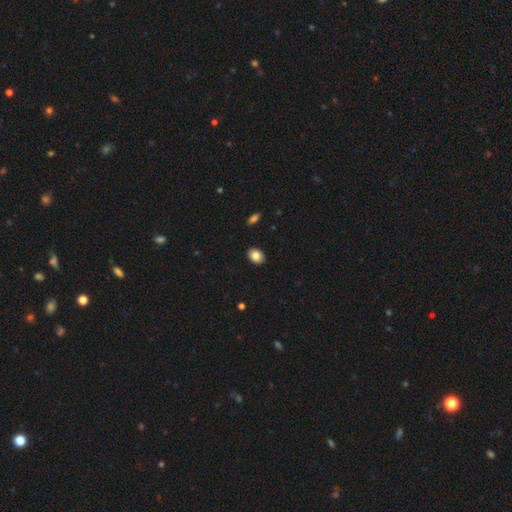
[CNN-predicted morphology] smooth_or_featured: smooth (p=0.84) [alt: star or artifact p=0.08]
how_rounded: in between (p=0.69) [alt: round p=0.30]
merging: none (p=0.90) [alt: minor disturbance p=0.07]